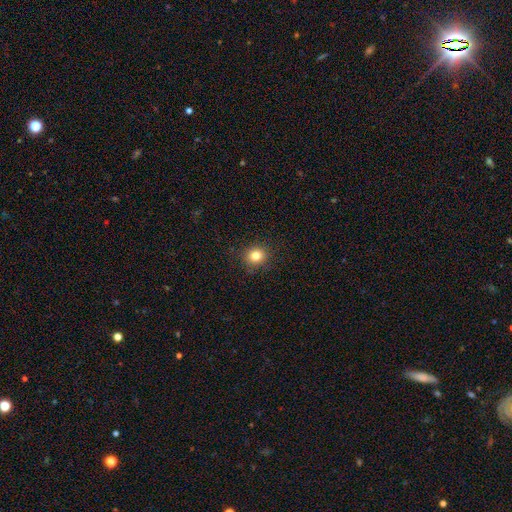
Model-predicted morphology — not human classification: Smooth or featured: smooth — 81% (star or artifact — 13%)
How rounded: round — 86% (in between — 13%)
Merging: none — 89% (minor disturbance — 8%)